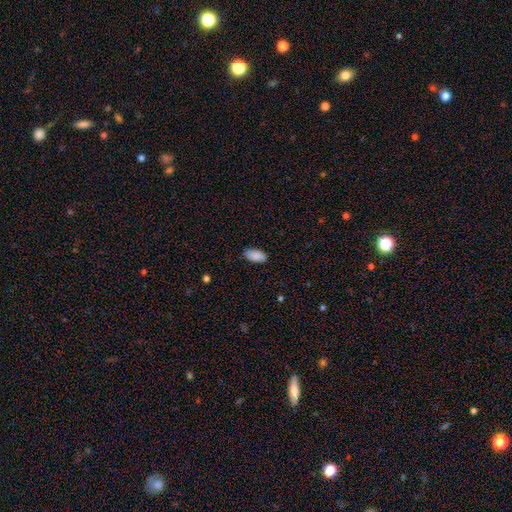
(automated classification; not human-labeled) Q: Smooth or featured?
A: smooth (87%); runner-up: star or artifact (6%)
Q: How rounded?
A: in between (94%); runner-up: cigar-shaped (4%)
Q: Merging?
A: none (83%); runner-up: minor disturbance (14%)